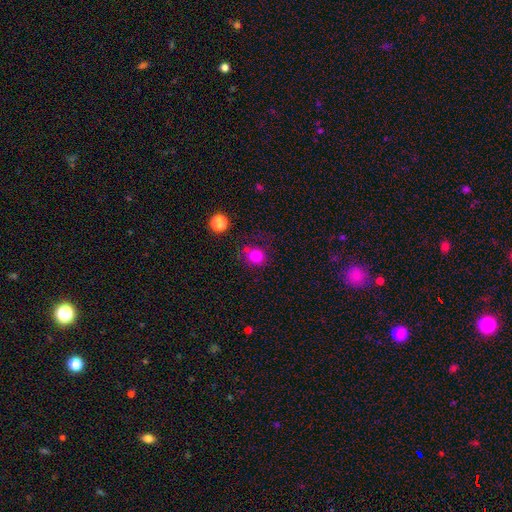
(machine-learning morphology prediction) This appears to be a smooth galaxy with no disk features (82%) that is round (83%). Merging: none (67%).